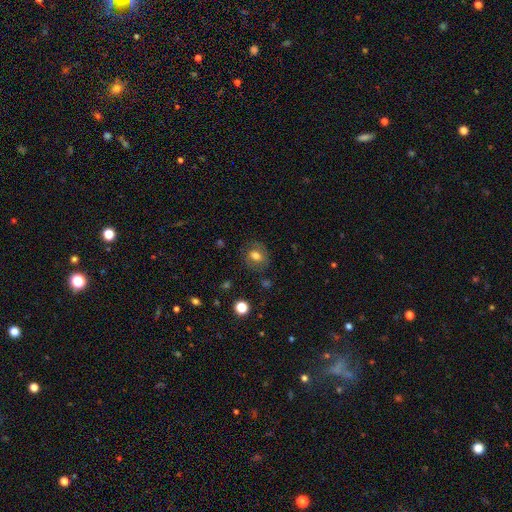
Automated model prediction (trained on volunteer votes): smooth_or_featured: smooth (p=0.67) [alt: featured or disk p=0.21]
how_rounded: round (p=0.60) [alt: in between p=0.39]
merging: none (p=0.77) [alt: minor disturbance p=0.15]